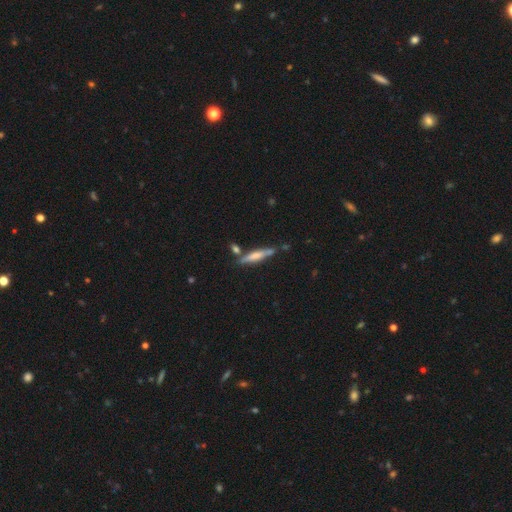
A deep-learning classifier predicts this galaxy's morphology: type=smooth (48%); merging=none (71%).